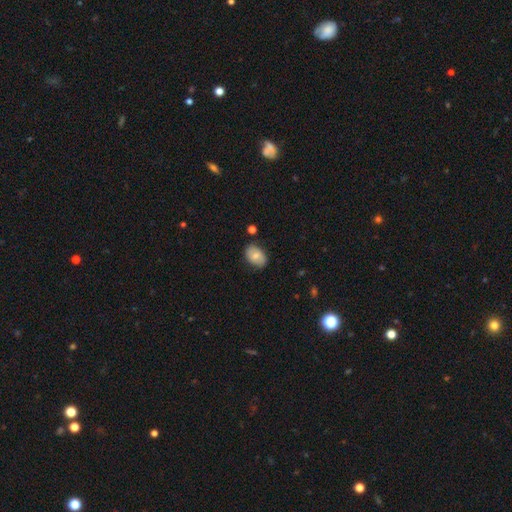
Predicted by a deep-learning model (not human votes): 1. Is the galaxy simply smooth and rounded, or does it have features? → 74% smooth, 19% featured or disk, 7% star or artifact.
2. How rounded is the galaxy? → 84% in between, 15% round, 1% cigar-shaped.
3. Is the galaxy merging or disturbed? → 79% none, 16% minor disturbance, 3% major disturbance, 3% merger.